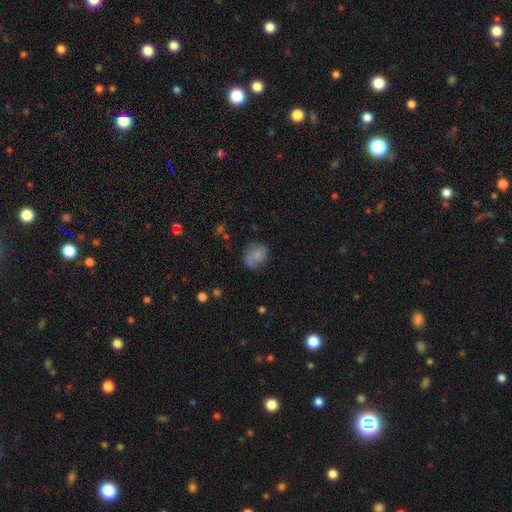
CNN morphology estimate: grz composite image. It shows a smooth galaxy with no disk features (67%) that is round (56%). Merging: none (67%).